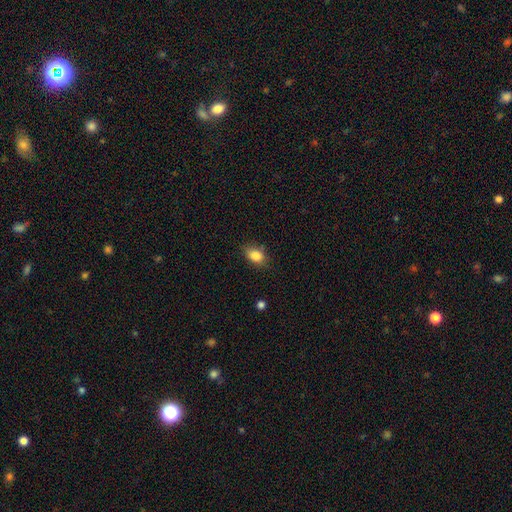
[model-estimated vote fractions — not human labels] Q: Smooth or featured?
A: smooth (85%); runner-up: star or artifact (9%)
Q: How rounded?
A: in between (79%); runner-up: round (19%)
Q: Merging?
A: none (79%); runner-up: minor disturbance (16%)